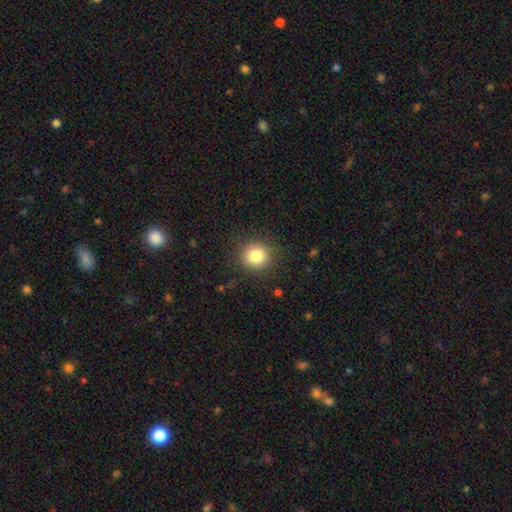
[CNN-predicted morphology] A smooth galaxy with no disk features (83%) that is round (90%). Merging: none (88%).